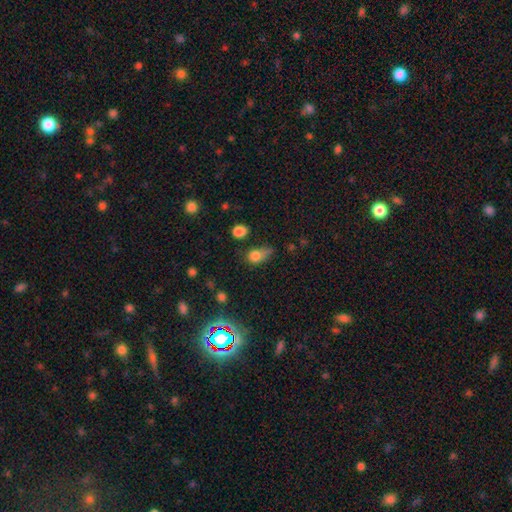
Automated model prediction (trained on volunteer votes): Overall: smooth (76%). How rounded: in between (52%; round 45%). Merging: none (36%; minor disturbance 32%).